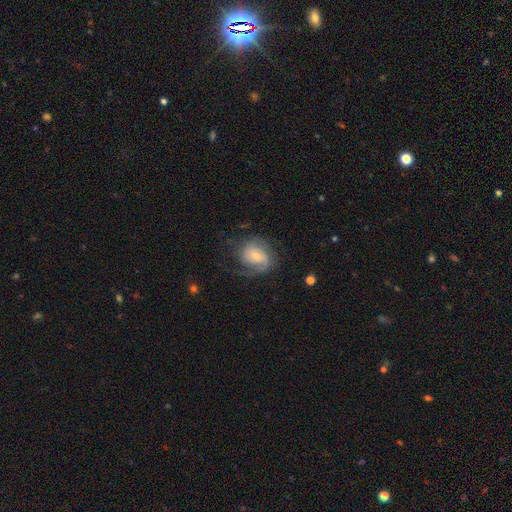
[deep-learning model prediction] Smooth or featured? Predicted: featured or disk (p=0.72). Edge-on disk? Predicted: no (p=0.97). Bar? Predicted: no (p=0.50). Spiral arms? Predicted: yes (p=0.91). Spiral winding? Predicted: medium (p=0.42). Spiral arm count? Predicted: 2 (p=0.45). Bulge size? Predicted: small (p=0.56). Merging? Predicted: none (p=0.57).